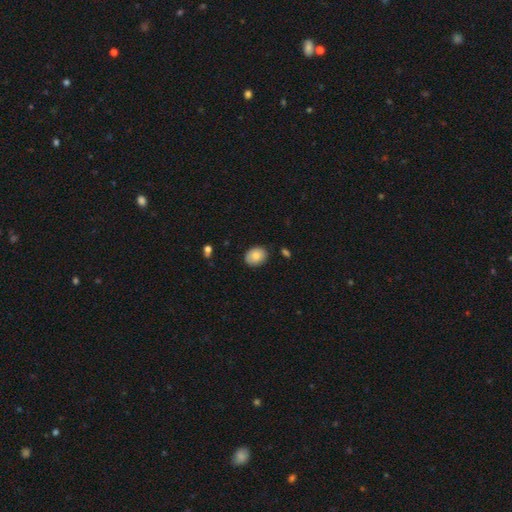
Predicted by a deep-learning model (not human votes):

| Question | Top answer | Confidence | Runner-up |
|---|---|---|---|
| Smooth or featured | smooth | 82% | featured or disk (10%) |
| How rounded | in between | 58% | round (41%) |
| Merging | none | 84% | minor disturbance (12%) |